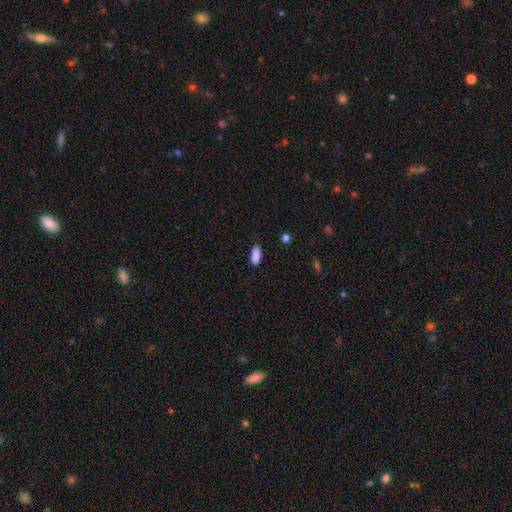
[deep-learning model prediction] This is clearly a smooth galaxy (89%). How rounded: clearly in between (81%). Merging: clearly none (86%).